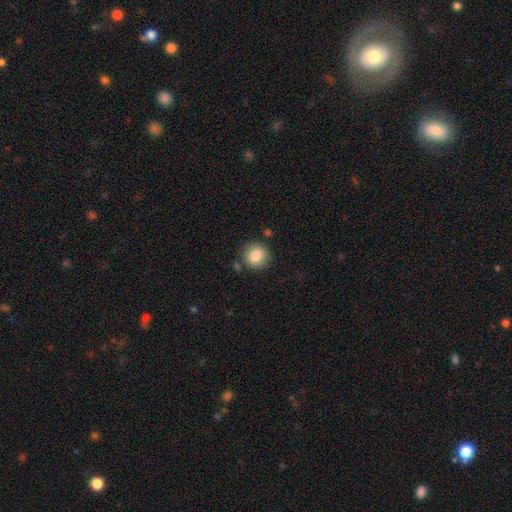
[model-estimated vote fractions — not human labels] smooth_or_featured: smooth (p=0.84) [alt: star or artifact p=0.09]
how_rounded: round (p=0.90) [alt: in between p=0.09]
merging: none (p=0.83) [alt: minor disturbance p=0.09]